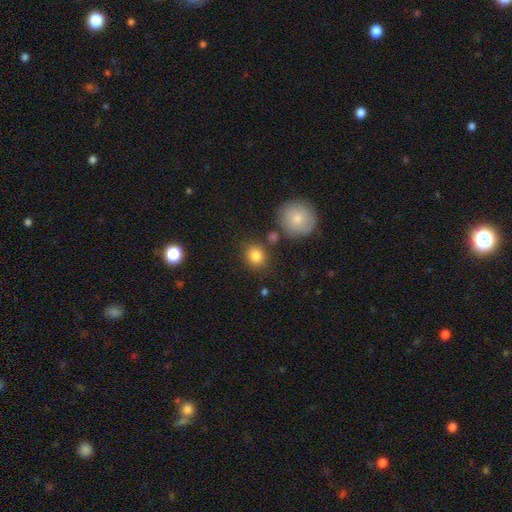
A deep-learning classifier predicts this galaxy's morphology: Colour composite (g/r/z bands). It shows a smooth galaxy with no disk features (83%) that is round (68%). Merging: none (78%).